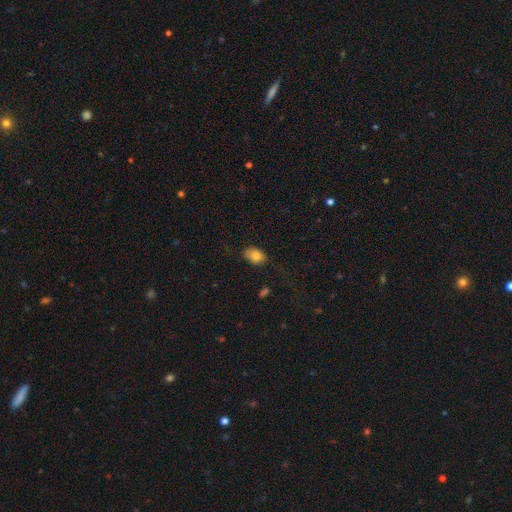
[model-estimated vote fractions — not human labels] Morphology: type=smooth (82%); roundness=in between (73%); merging=none (76%).